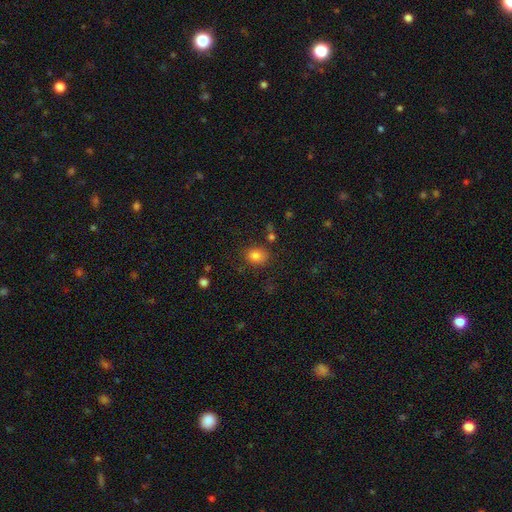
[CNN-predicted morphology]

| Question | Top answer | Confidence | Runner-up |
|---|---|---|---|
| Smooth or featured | smooth | 82% | star or artifact (12%) |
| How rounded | round | 58% | in between (41%) |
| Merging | none | 79% | minor disturbance (13%) |